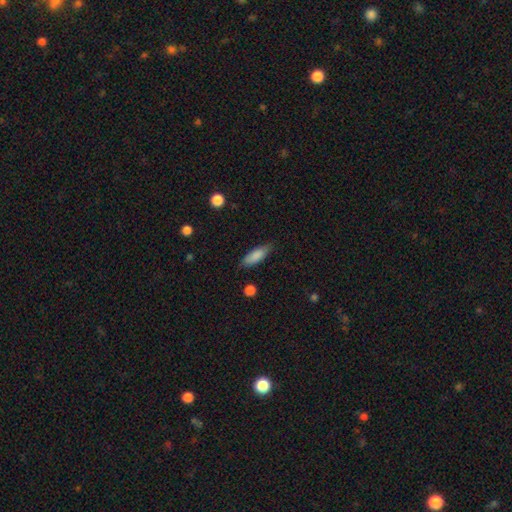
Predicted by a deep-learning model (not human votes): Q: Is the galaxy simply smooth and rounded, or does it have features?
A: smooth — 85%.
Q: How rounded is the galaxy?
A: in between — 59%.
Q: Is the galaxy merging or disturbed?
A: none — 82%.